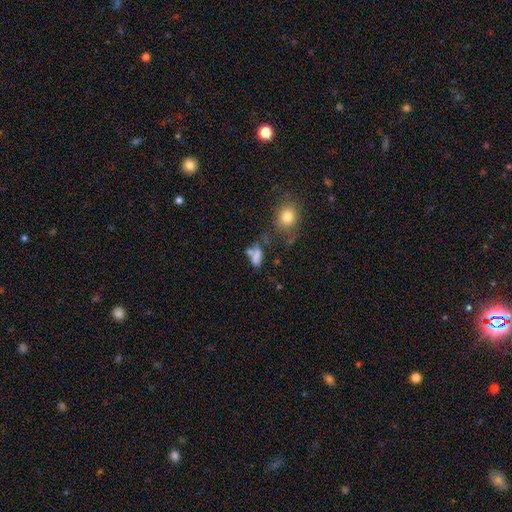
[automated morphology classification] A smooth galaxy with no disk features (71%) that is in between round and cigar-shaped (79%). Merging: none (33%, tied with merger).